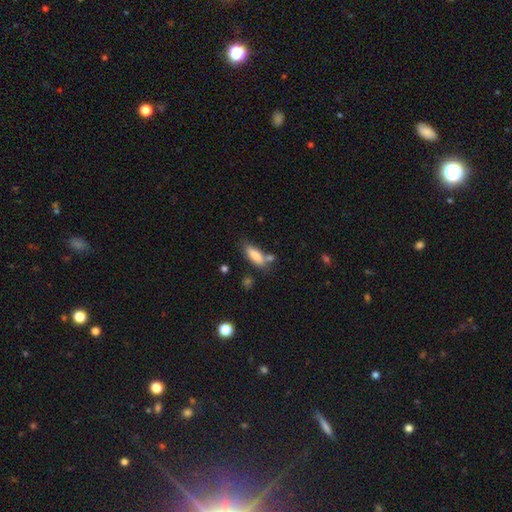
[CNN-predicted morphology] A smooth galaxy with no disk features (82%) that is in between round and cigar-shaped (59%).

Vote fractions:
- Smooth or featured? smooth: 82% / featured or disk: 10% / star or artifact: 7%
- How rounded? in between: 59% / cigar-shaped: 39% / round: 2%
- Merging? none: 60% / minor disturbance: 18% / merger: 17% / major disturbance: 5%